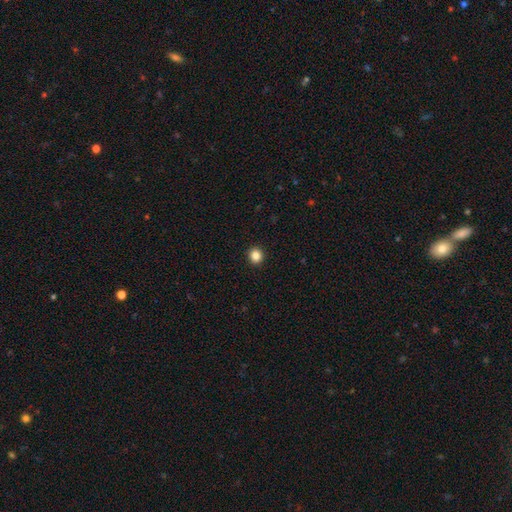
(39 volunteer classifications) This is clearly a smooth galaxy (92%). How rounded: clearly round (94%). Merging: clearly none (83%).